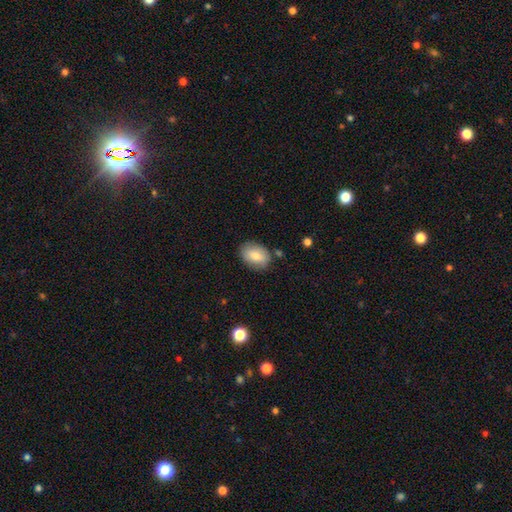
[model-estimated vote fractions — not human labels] Smooth or featured? Predicted: smooth (p=0.77). How rounded? Predicted: in between (p=0.80). Merging? Predicted: none (p=0.80).